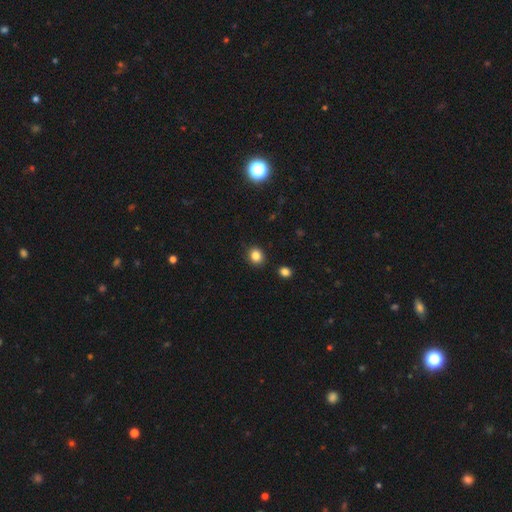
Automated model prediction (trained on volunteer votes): smooth-or-featured: smooth: 84% | star or artifact: 11% | featured or disk: 5%
  how-rounded: round: 69% | in between: 30% | cigar-shaped: 1%
  merging: none: 88% | minor disturbance: 8% | merger: 2% | major disturbance: 2%